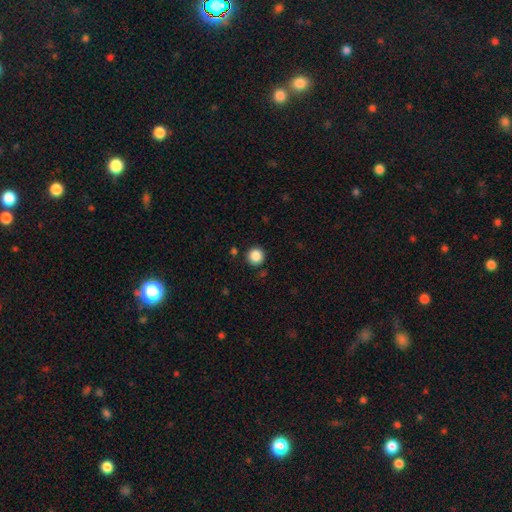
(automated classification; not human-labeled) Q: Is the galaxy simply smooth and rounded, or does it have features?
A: smooth — 87%.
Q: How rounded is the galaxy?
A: round — 95%.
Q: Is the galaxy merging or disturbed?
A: none — 90%.